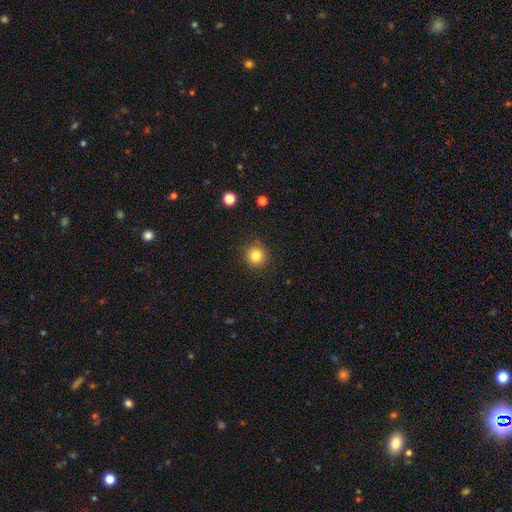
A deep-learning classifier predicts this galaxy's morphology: smooth 83%, star or artifact 11%, featured or disk 6%. Down the decision tree: how rounded — round (94%); merging — none (88%).